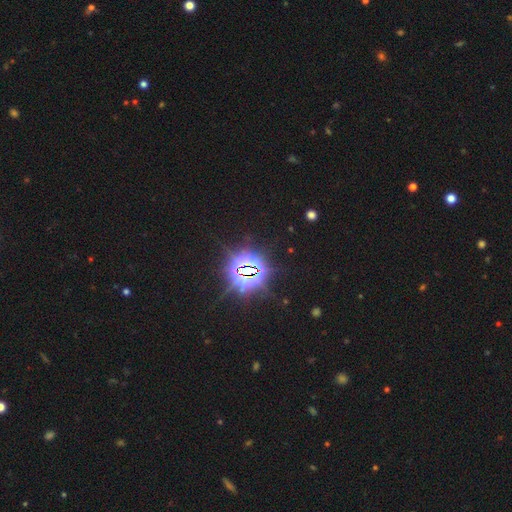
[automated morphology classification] A star or artifact, not a galaxy (86%).

Vote fractions:
- Smooth or featured? star or artifact: 86% / smooth: 9% / featured or disk: 5%